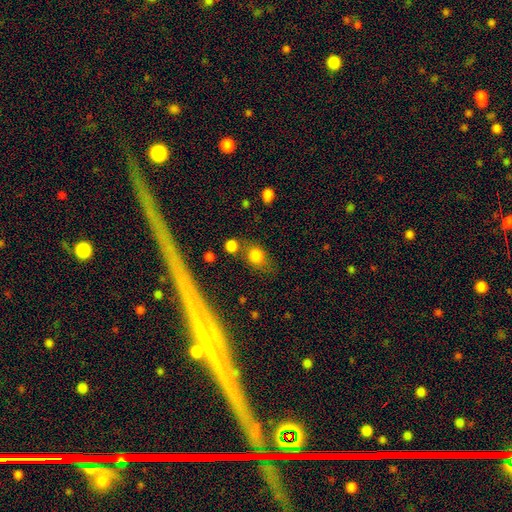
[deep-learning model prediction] smooth 79%, star or artifact 11%, featured or disk 10%. Down the decision tree: how rounded — round (56%); merging — none (60%).